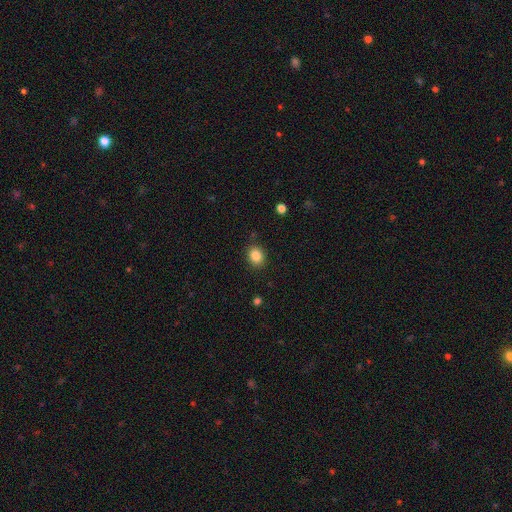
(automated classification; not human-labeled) Smooth or featured?
  - smooth: 85% *
  - star or artifact: 10%
  - featured or disk: 5%
How rounded?
  - round: 53% *
  - in between: 46%
  - cigar-shaped: 1%
Merging?
  - none: 87% *
  - minor disturbance: 9%
  - major disturbance: 2%
  - merger: 2%